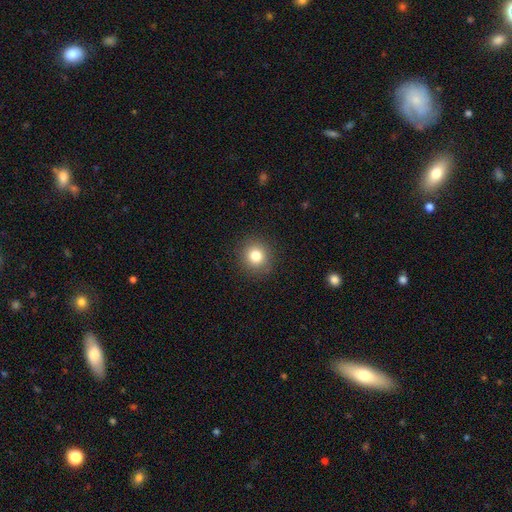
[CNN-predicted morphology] smooth 81%, star or artifact 11%, featured or disk 8%. Down the decision tree: how rounded — round (91%); merging — none (91%).